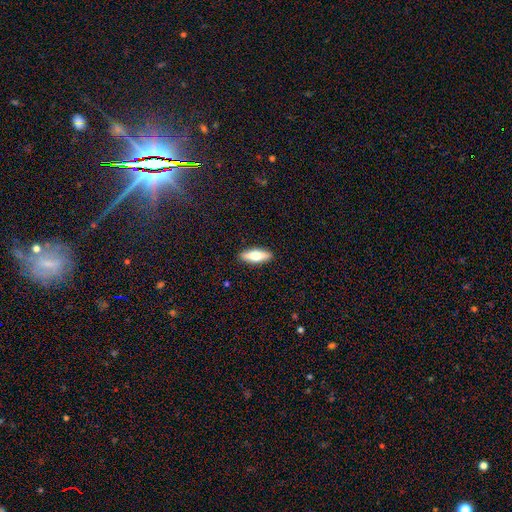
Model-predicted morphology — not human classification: A smooth galaxy with no disk features (62%) that is in between round and cigar-shaped (54%). Merging: none (90%).